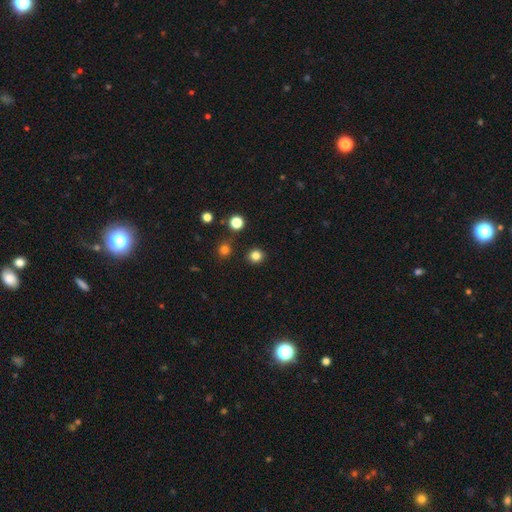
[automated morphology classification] smooth_or_featured: smooth (p=0.82) [alt: star or artifact p=0.14]
how_rounded: round (p=0.93) [alt: in between p=0.07]
merging: none (p=0.90) [alt: minor disturbance p=0.05]